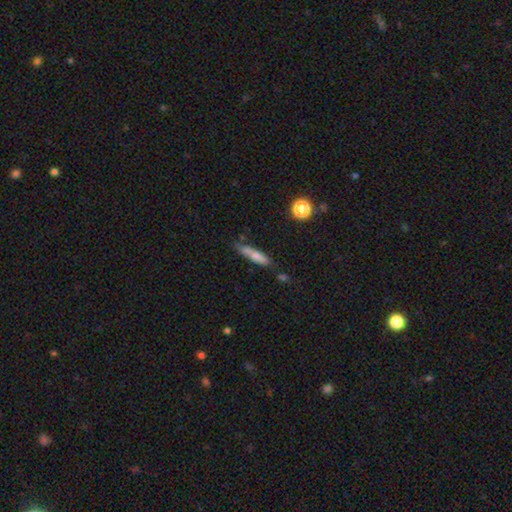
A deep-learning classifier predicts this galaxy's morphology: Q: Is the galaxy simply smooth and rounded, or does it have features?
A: smooth — 65%.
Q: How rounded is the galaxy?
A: cigar-shaped — 77%.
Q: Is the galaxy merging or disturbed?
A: none — 62%.